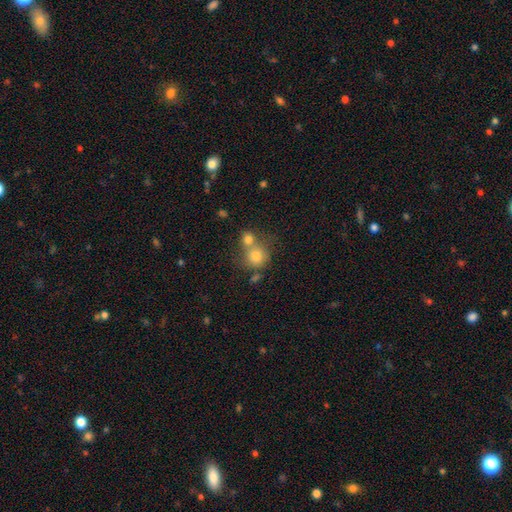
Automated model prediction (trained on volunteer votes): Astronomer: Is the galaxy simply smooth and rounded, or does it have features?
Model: smooth — 76%.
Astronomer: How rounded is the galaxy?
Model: round — 84%.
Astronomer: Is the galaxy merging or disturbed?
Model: none — 44% (runner-up: merger, 43%).